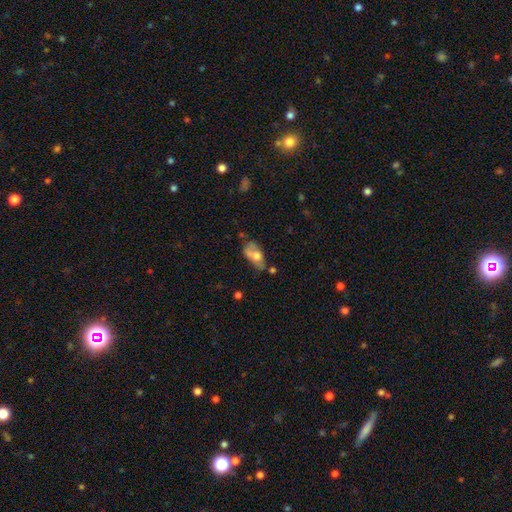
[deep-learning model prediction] This is possibly a smooth galaxy (57%). How rounded: clearly in between (87%). Merging: marginally none (39%).